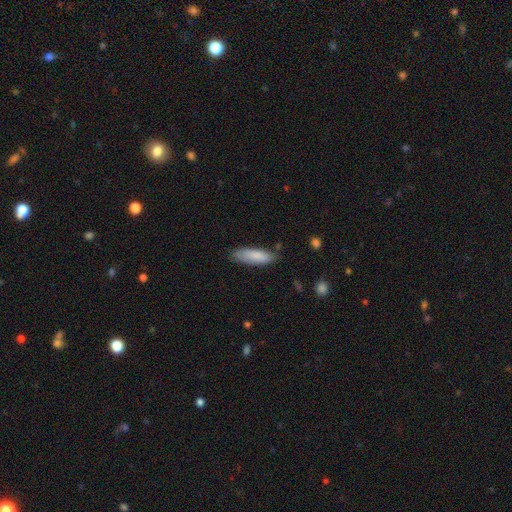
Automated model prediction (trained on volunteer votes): Smooth or featured?
  - smooth: 85% *
  - featured or disk: 9%
  - star or artifact: 6%
How rounded?
  - cigar-shaped: 50% *
  - in between: 48%
  - round: 1%
Merging?
  - none: 76% *
  - minor disturbance: 18%
  - major disturbance: 3%
  - merger: 2%